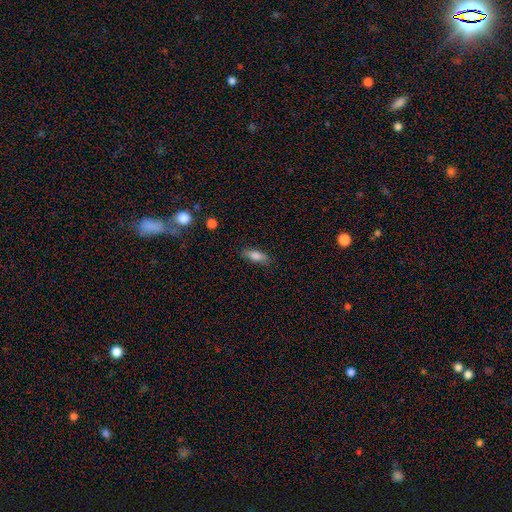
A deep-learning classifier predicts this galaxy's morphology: Smooth or featured?
  - smooth: 80% *
  - featured or disk: 13%
  - star or artifact: 8%
How rounded?
  - in between: 65% *
  - cigar-shaped: 33%
  - round: 3%
Merging?
  - none: 83% *
  - minor disturbance: 13%
  - major disturbance: 3%
  - merger: 1%